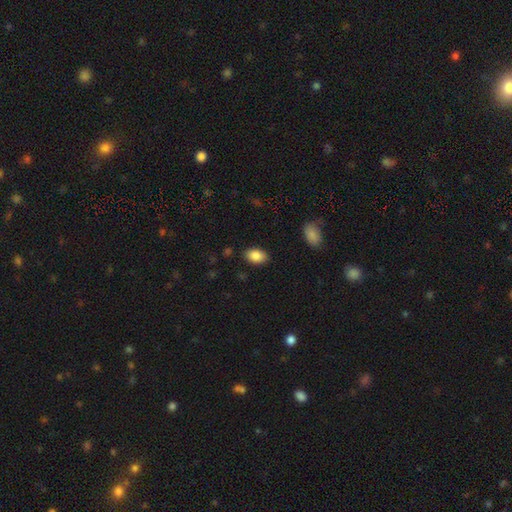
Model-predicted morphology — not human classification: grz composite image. It shows a smooth galaxy with no disk features (87%) that is in between round and cigar-shaped (89%). Merging: none (86%).